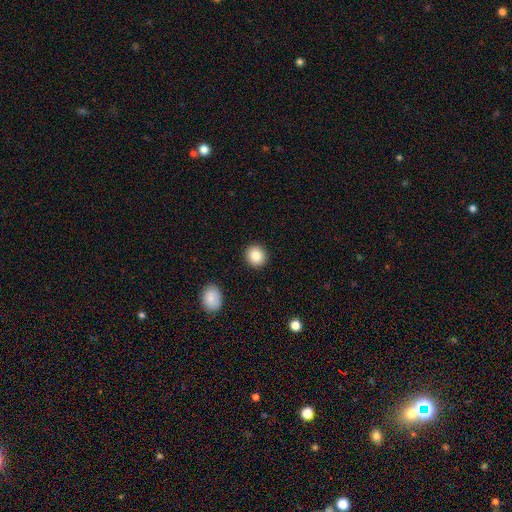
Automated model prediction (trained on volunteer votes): Morphology: type=smooth (86%); roundness=round (88%); merging=none (91%).